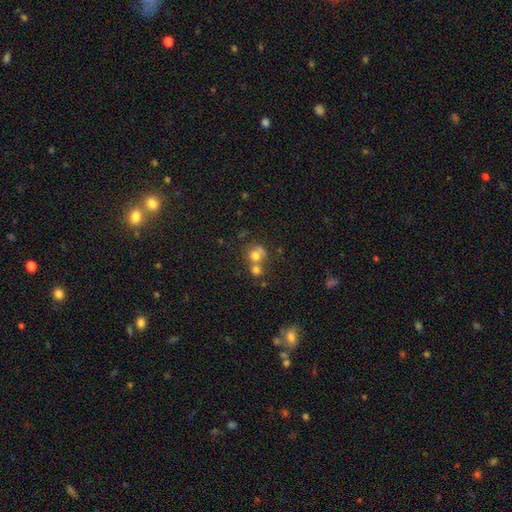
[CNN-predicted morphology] This is likely a smooth galaxy (70%). How rounded: likely round (79%). Merging: possibly merger (53%).